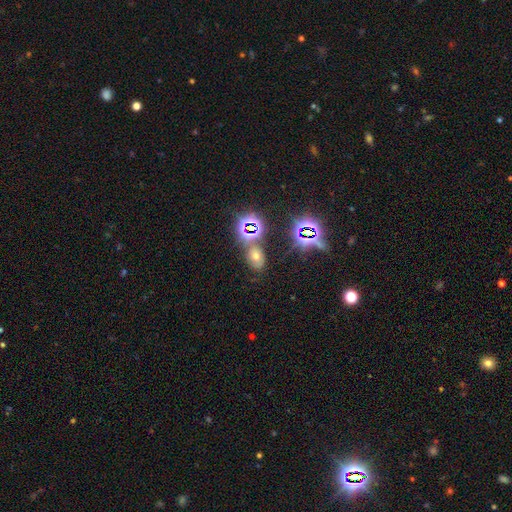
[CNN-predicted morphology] This is possibly a star or artifact rather than a galaxy (51%).